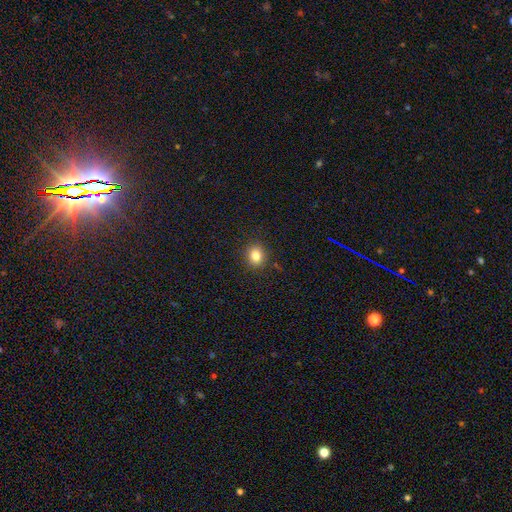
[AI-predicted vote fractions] Smooth or featured? Predicted: smooth (p=0.82). How rounded? Predicted: round (p=0.73). Merging? Predicted: none (p=0.89).